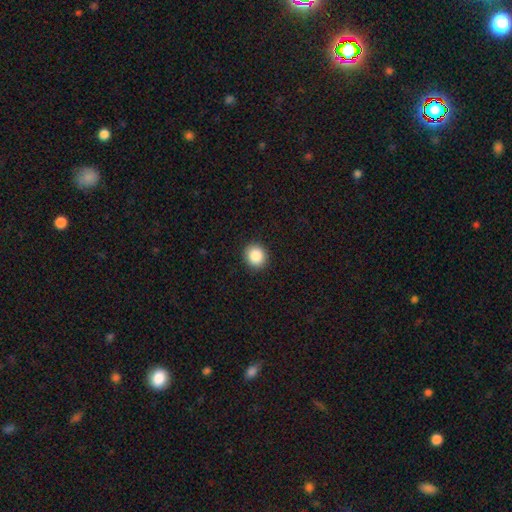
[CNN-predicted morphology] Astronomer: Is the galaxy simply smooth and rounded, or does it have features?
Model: smooth — 87%.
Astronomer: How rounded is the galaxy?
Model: round — 85%.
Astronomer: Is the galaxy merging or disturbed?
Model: none — 92%.